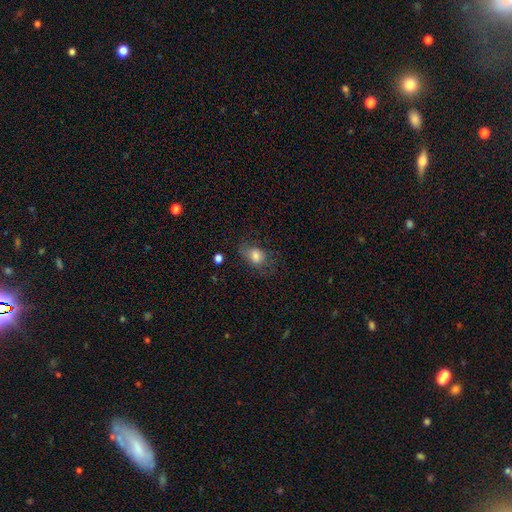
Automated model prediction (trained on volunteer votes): smooth_or_featured: smooth (p=0.75) [alt: featured or disk p=0.15]
how_rounded: in between (p=0.69) [alt: round p=0.29]
merging: none (p=0.55) [alt: minor disturbance p=0.25]